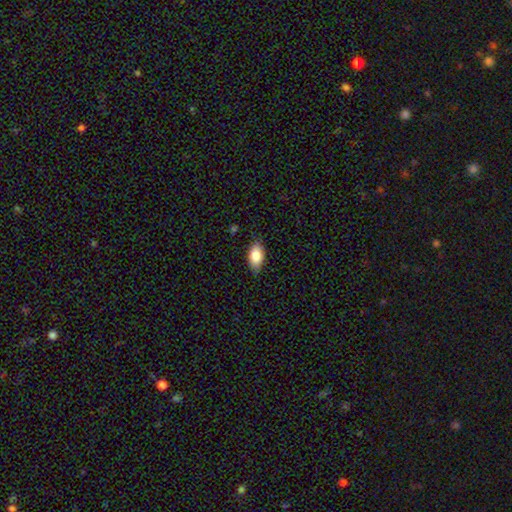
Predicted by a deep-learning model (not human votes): The model was most divided on "merging": none: 81%, minor disturbance: 15%, major disturbance: 3%, merger: 1%. More confident: how rounded — in between (91%); smooth or featured — smooth (83%).